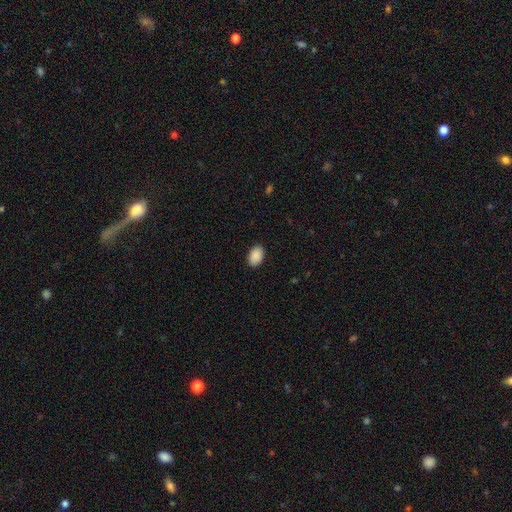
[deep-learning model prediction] The model was most divided on "how rounded": in between: 89%, round: 10%, cigar-shaped: 1%. More confident: smooth or featured — smooth (90%); merging — none (90%).